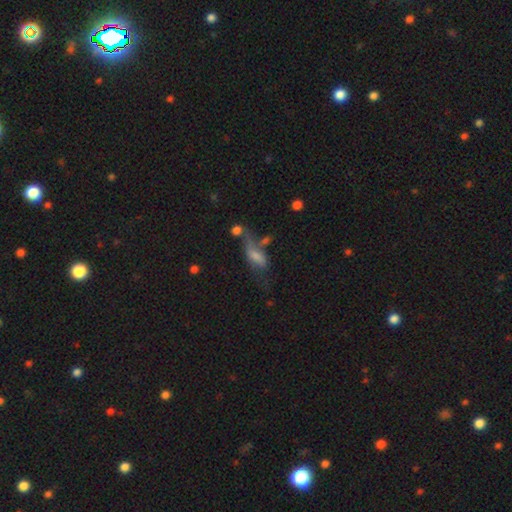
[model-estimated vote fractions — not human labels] Smooth or featured: smooth — 53% (featured or disk — 34%)
How rounded: in between — 68% (cigar-shaped — 27%)
Merging: major disturbance — 29% (none — 28%)